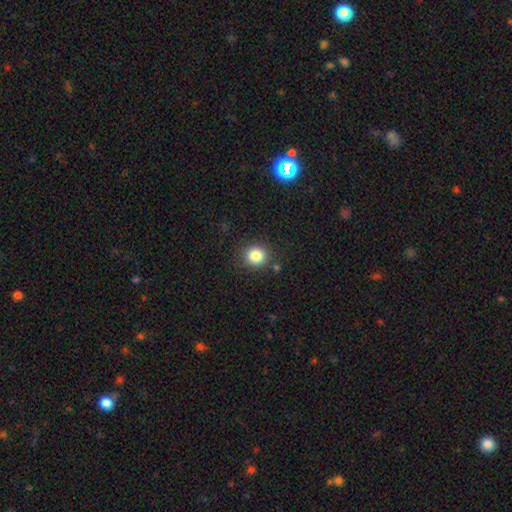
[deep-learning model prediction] Smooth or featured?
  - smooth: 83% *
  - star or artifact: 11%
  - featured or disk: 5%
How rounded?
  - round: 88% *
  - in between: 11%
  - cigar-shaped: 1%
Merging?
  - none: 87% *
  - minor disturbance: 8%
  - merger: 3%
  - major disturbance: 3%